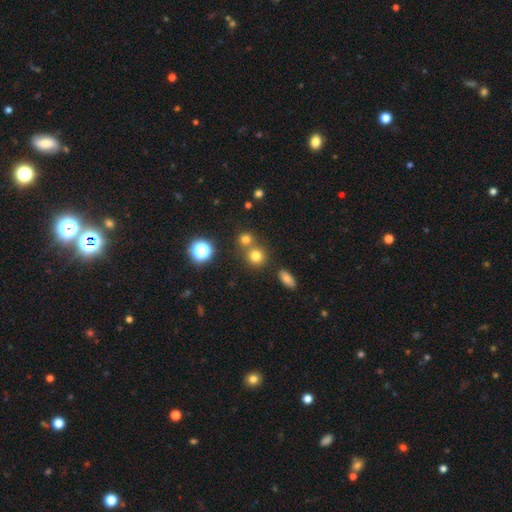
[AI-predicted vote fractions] Morphology: type=smooth (75%); roundness=round (88%); merging=none (63%).